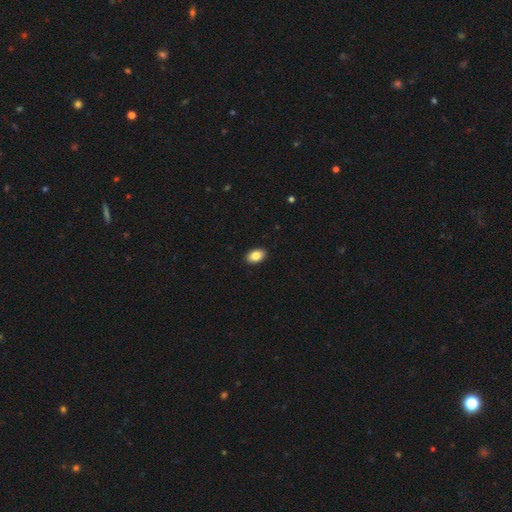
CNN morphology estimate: This appears to be a smooth galaxy with no disk features (87%) that is in between round and cigar-shaped (88%). Merging: none (91%).